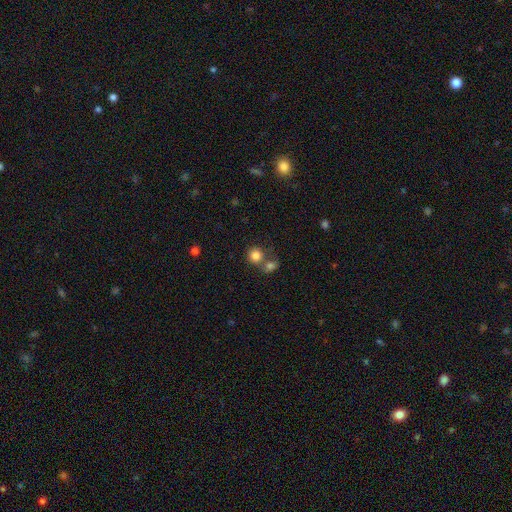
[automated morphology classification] Smooth or featured: smooth — 82% (star or artifact — 11%)
How rounded: round — 88% (in between — 11%)
Merging: none — 53% (merger — 35%)